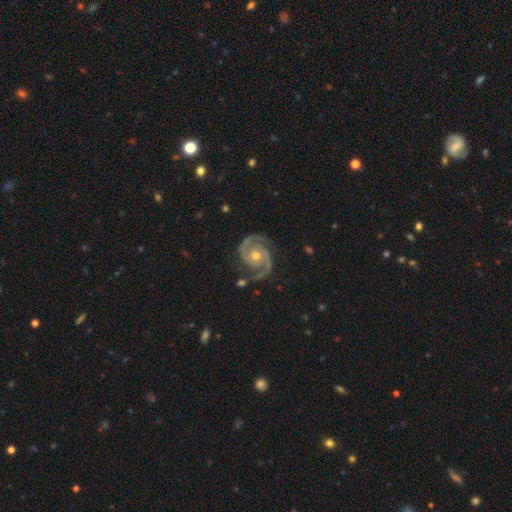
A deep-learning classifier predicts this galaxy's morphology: The model was most divided on "spiral winding": medium: 49%, tight: 44%, loose: 7%. More confident: spiral arms — yes (99%); edge-on disk — no (98%); smooth or featured — featured or disk (93%); spiral arm count — 2 (93%); merging — none (81%); bar — no (71%); bulge size — moderate (56%).